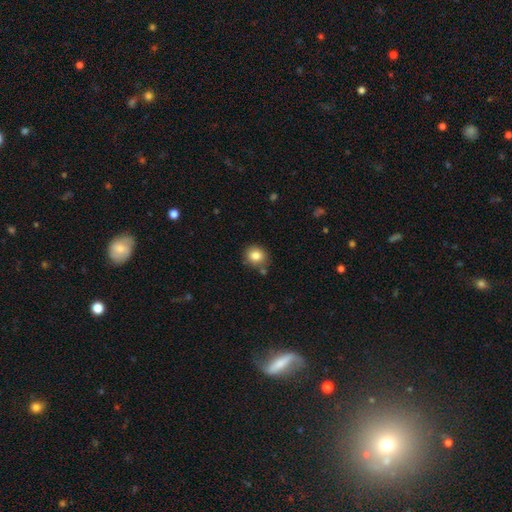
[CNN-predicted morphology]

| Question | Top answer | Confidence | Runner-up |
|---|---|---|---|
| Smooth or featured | smooth | 83% | star or artifact (10%) |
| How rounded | round | 75% | in between (24%) |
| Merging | none | 80% | minor disturbance (12%) |